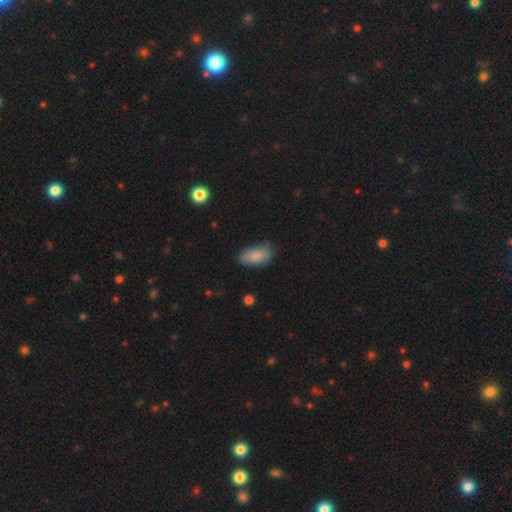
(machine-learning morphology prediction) The model was most divided on "merging": none: 64%, minor disturbance: 27%, major disturbance: 6%, merger: 2%. More confident: how rounded — in between (93%); smooth or featured — smooth (81%).